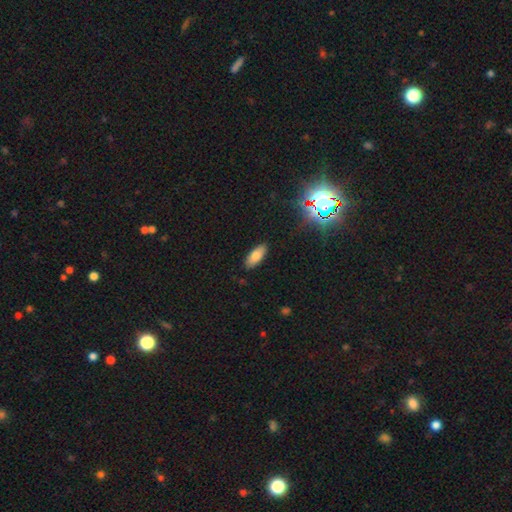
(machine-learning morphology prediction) Smooth or featured? Predicted: smooth (p=0.80). How rounded? Predicted: in between (p=0.81). Merging? Predicted: none (p=0.87).